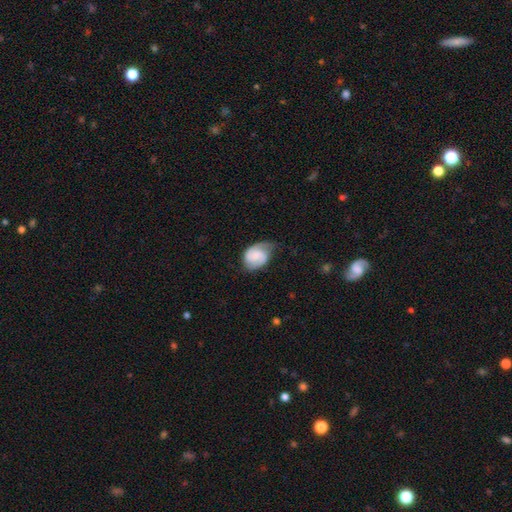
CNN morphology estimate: Q: Smooth or featured?
A: featured or disk (57%); runner-up: smooth (36%)
Q: Edge-on disk?
A: no (98%); runner-up: yes (2%)
Q: Bar?
A: no (51%); runner-up: weak (39%)
Q: Spiral arms?
A: yes (91%); runner-up: no (9%)
Q: Spiral winding?
A: medium (43%); runner-up: tight (34%)
Q: Spiral arm count?
A: 2 (64%); runner-up: 1 (23%)
Q: Bulge size?
A: small (36%); runner-up: none (30%)
Q: Merging?
A: none (43%); runner-up: minor disturbance (37%)